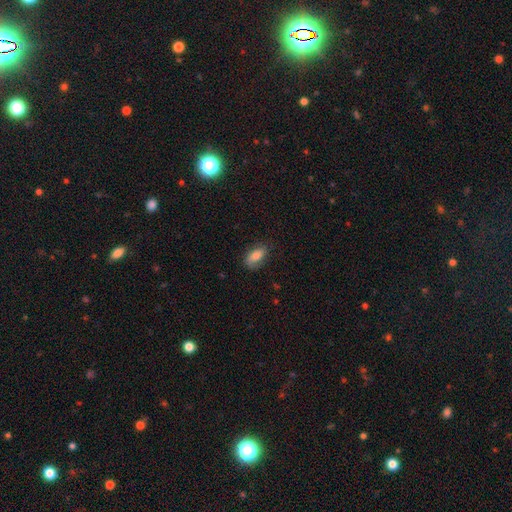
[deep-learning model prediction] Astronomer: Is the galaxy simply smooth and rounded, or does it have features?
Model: smooth — 75%.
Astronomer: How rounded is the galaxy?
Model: in between — 89%.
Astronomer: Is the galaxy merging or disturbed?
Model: none — 74%.